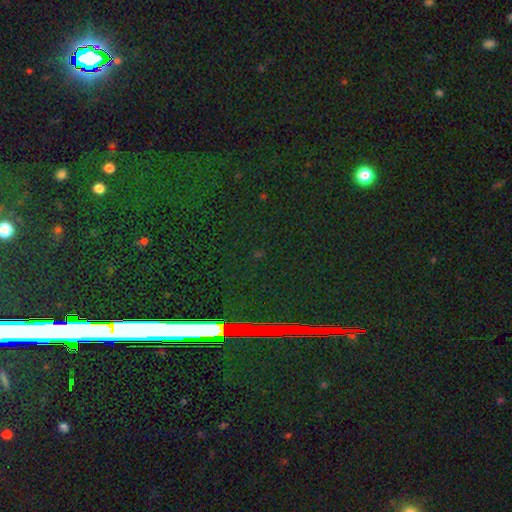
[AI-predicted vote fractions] Smooth or featured? star or artifact (82%)